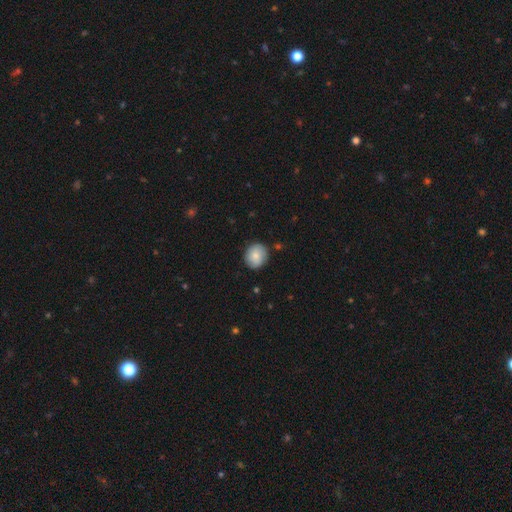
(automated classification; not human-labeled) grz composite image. It shows a smooth galaxy with no disk features (80%) that is round (75%). Merging: none (85%).